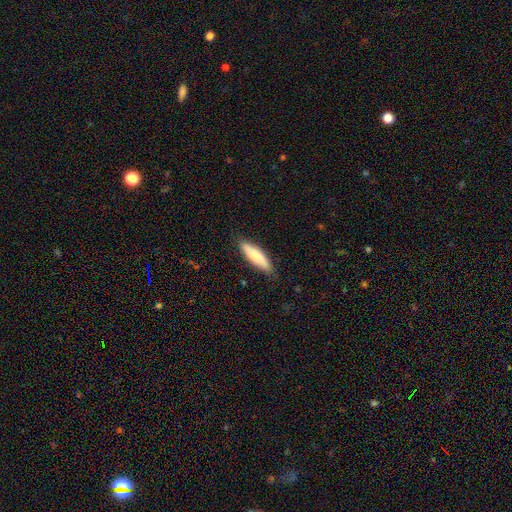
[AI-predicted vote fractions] smooth_or_featured: smooth (p=0.76) [alt: featured or disk p=0.19]
how_rounded: cigar-shaped (p=0.59) [alt: in between p=0.39]
merging: none (p=0.82) [alt: minor disturbance p=0.14]